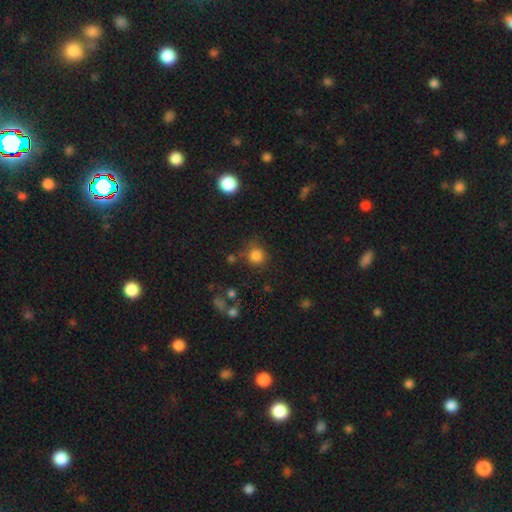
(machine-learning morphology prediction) smooth-or-featured: smooth: 83% | star or artifact: 13% | featured or disk: 4%
  how-rounded: round: 91% | in between: 8% | cigar-shaped: 1%
  merging: none: 75% | minor disturbance: 14% | major disturbance: 6% | merger: 5%